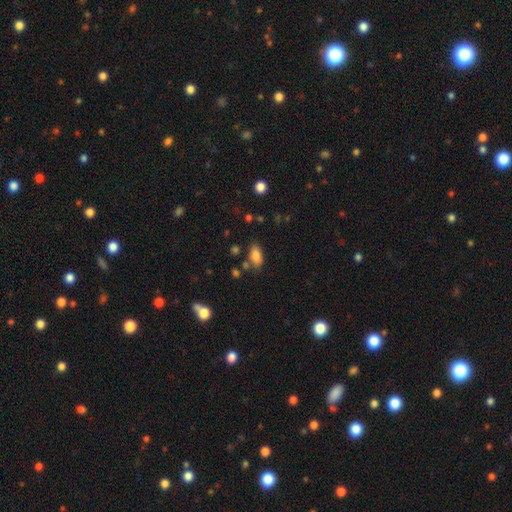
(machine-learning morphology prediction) A smooth galaxy with no disk features (82%) that is in between round and cigar-shaped (90%).

Vote fractions:
- Smooth or featured? smooth: 82% / star or artifact: 9% / featured or disk: 8%
- How rounded? in between: 90% / cigar-shaped: 5% / round: 5%
- Merging? none: 71% / minor disturbance: 16% / merger: 8% / major disturbance: 5%